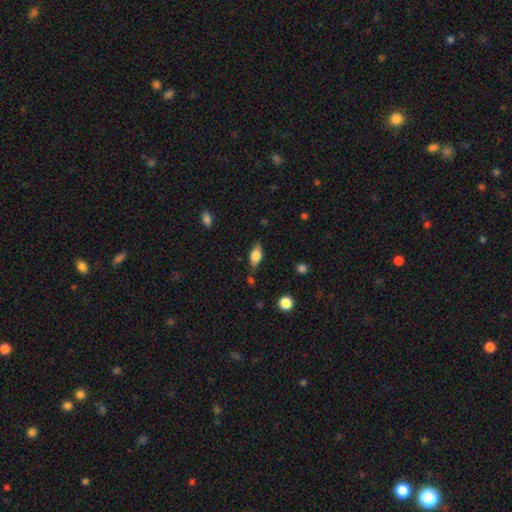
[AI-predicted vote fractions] This appears to be a smooth galaxy with no disk features (75%) that is in between round and cigar-shaped (86%). Merging: none (73%).